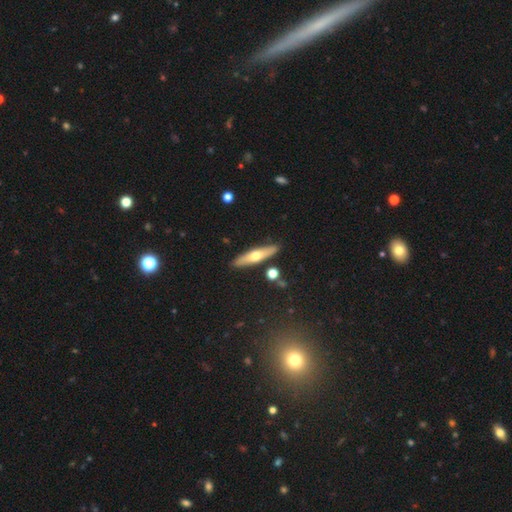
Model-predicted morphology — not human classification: Smooth or featured: smooth — 47% (tied with featured or disk — 47%)
Merging: none — 87% (minor disturbance — 8%)